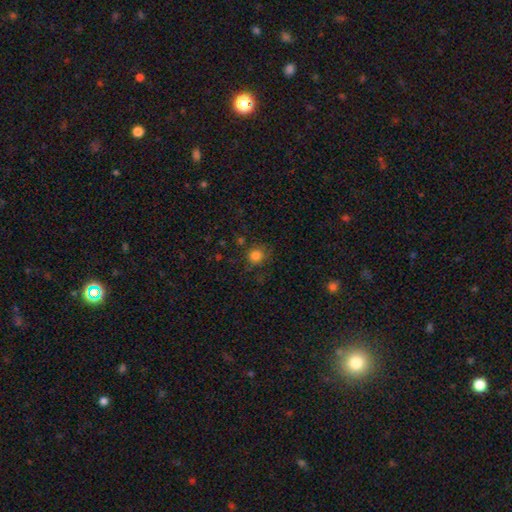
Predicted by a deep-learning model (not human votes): Overall: smooth (81%). How rounded: round (86%). Merging: none (73%).